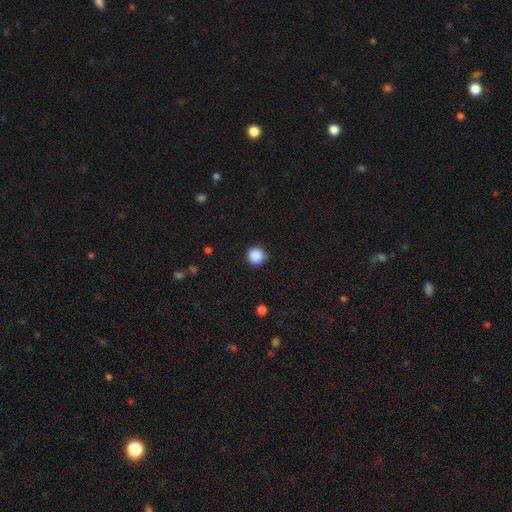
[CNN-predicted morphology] The model was most divided on "smooth or featured": smooth: 87%, star or artifact: 10%, featured or disk: 3%. More confident: how rounded — round (96%); merging — none (89%).